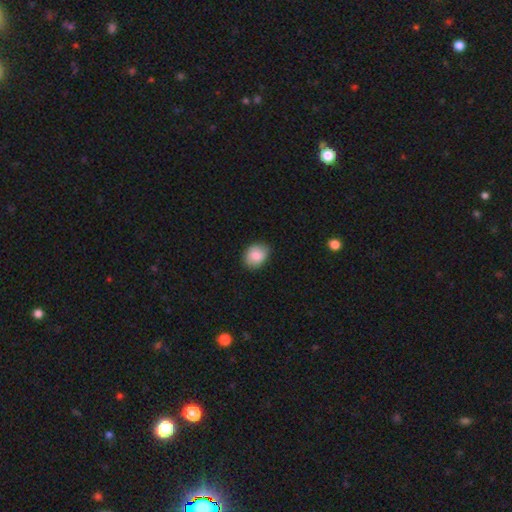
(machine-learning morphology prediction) A smooth galaxy with no disk features (84%) that is in between round and cigar-shaped (50%). Merging: none (81%).